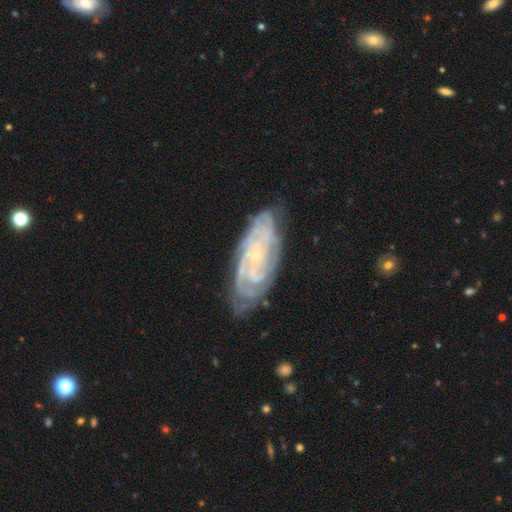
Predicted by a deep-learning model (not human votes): Smooth or featured: featured or disk — 84% (smooth — 10%)
Edge-on disk: no — 92% (yes — 8%)
Bar: no — 72% (weak — 21%)
Spiral arms: yes — 96% (no — 4%)
Spiral winding: tight — 76% (medium — 20%)
Spiral arm count: can't tell — 36% (4 — 19%)
Bulge size: small — 82% (moderate — 13%)
Merging: none — 75% (minor disturbance — 19%)